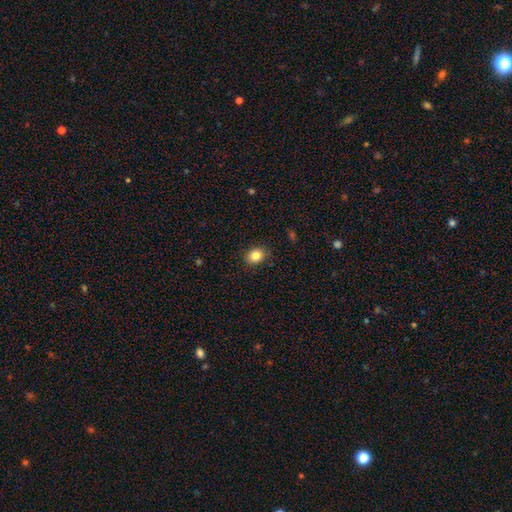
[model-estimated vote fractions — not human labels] A smooth galaxy with no disk features (83%) that is in between round and cigar-shaped (52%).

Vote fractions:
- Smooth or featured? smooth: 83% / star or artifact: 10% / featured or disk: 7%
- How rounded? in between: 52% / round: 47% / cigar-shaped: 1%
- Merging? none: 87% / minor disturbance: 10% / major disturbance: 2% / merger: 1%